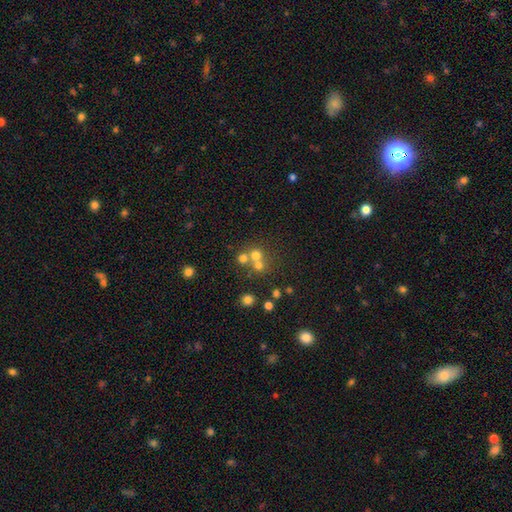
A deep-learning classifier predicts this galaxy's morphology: Smooth or featured? smooth (64%)
How rounded? round (88%)
Merging? none (46%)